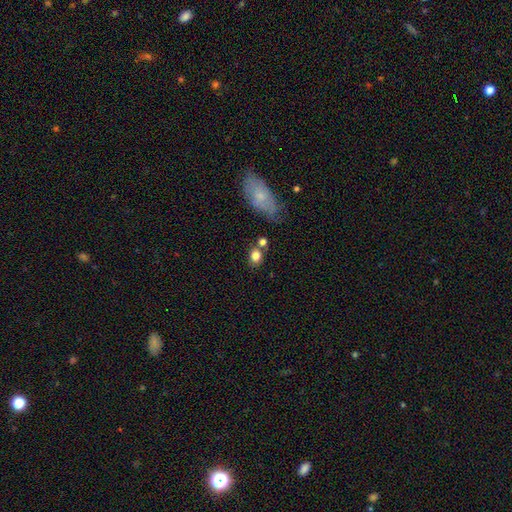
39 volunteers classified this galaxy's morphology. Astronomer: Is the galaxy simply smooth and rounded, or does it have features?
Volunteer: smooth — 85%.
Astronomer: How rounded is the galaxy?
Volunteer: round — 55% (runner-up: in between, 45%).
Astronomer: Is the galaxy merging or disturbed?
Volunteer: none — 42%, tied with merger at 42%.